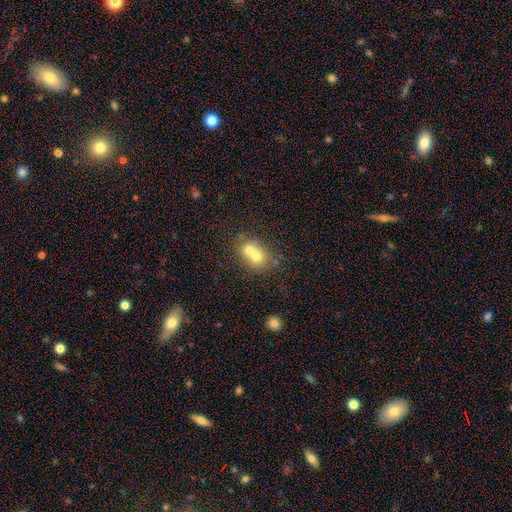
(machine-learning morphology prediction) A smooth galaxy with no disk features (64%) that is round (64%). Merging: merger (70%).